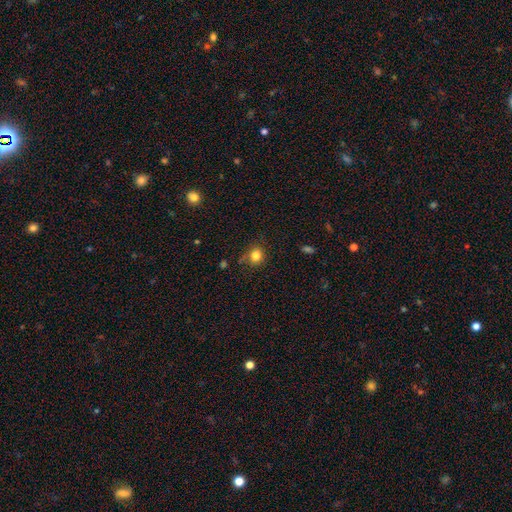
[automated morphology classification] Q: Smooth or featured?
A: smooth (82%); runner-up: star or artifact (12%)
Q: How rounded?
A: round (82%); runner-up: in between (17%)
Q: Merging?
A: none (75%); runner-up: minor disturbance (17%)